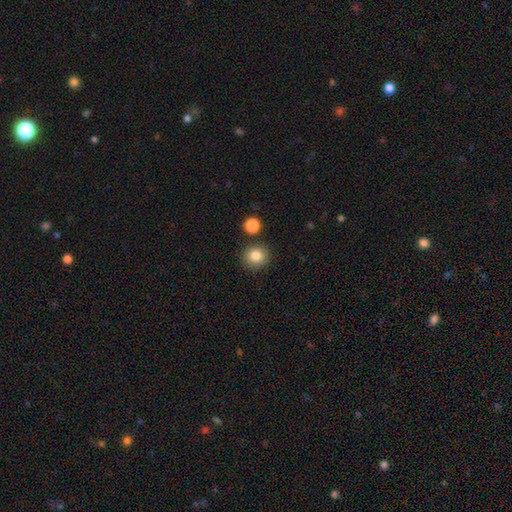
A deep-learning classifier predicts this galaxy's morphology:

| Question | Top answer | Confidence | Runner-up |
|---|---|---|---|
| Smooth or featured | smooth | 85% | star or artifact (10%) |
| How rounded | round | 89% | in between (10%) |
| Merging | none | 85% | minor disturbance (7%) |